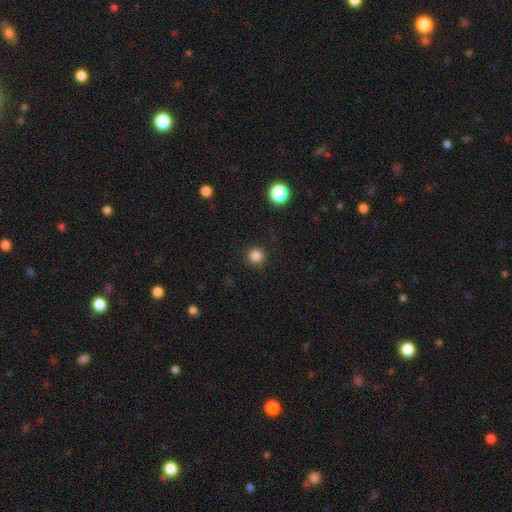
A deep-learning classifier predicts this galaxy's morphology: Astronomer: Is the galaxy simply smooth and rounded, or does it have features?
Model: smooth — 84%.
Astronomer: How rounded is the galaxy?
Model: round — 95%.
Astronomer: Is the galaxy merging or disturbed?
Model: none — 91%.